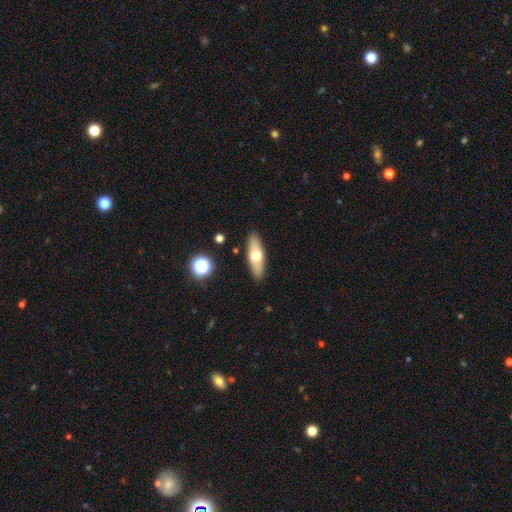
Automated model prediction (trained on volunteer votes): Morphology: type=smooth (56%); roundness=in between (55%); merging=none (88%).